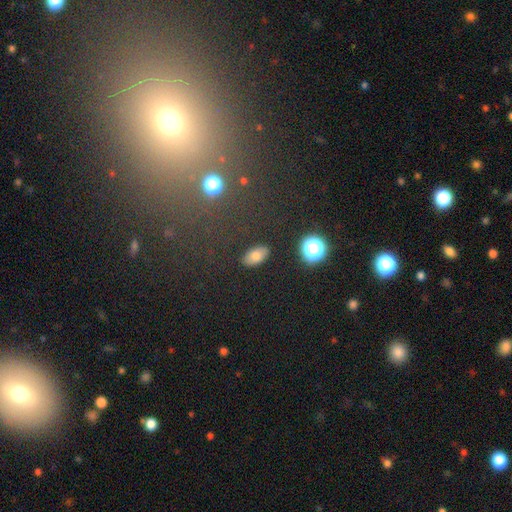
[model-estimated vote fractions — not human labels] Morphology: type=smooth (76%); roundness=in between (92%); merging=none (88%).